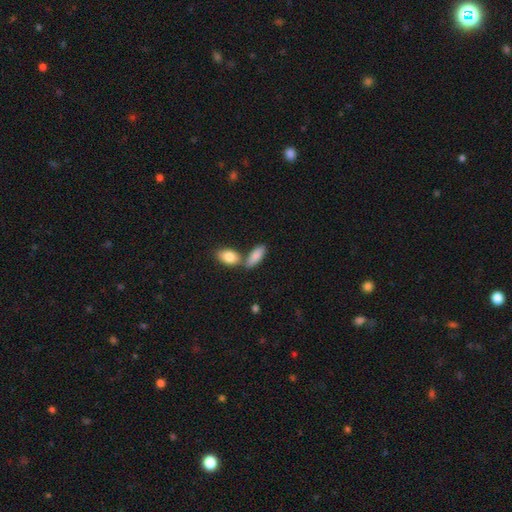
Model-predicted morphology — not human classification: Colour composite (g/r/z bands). It shows a smooth galaxy with no disk features (85%) that is in between round and cigar-shaped (80%). Merging: none (46%).